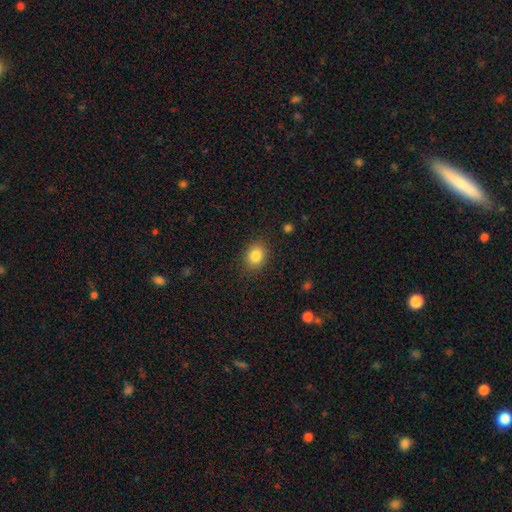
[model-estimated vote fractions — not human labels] A smooth galaxy with no disk features (84%) that is in between round and cigar-shaped (55%). Merging: none (87%).